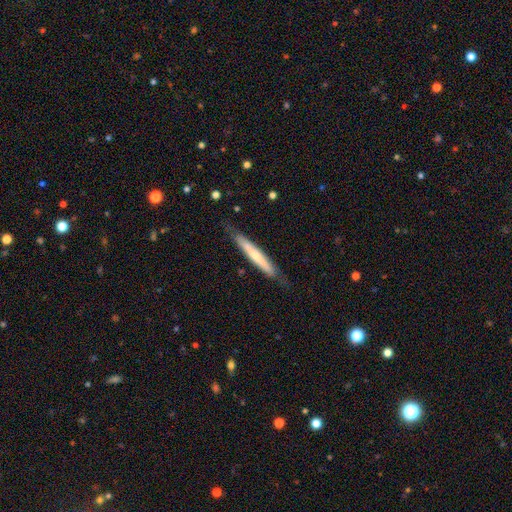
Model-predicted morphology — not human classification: Smooth or featured? Predicted: smooth (p=0.52). How rounded? Predicted: cigar-shaped (p=0.95). Merging? Predicted: none (p=0.78).